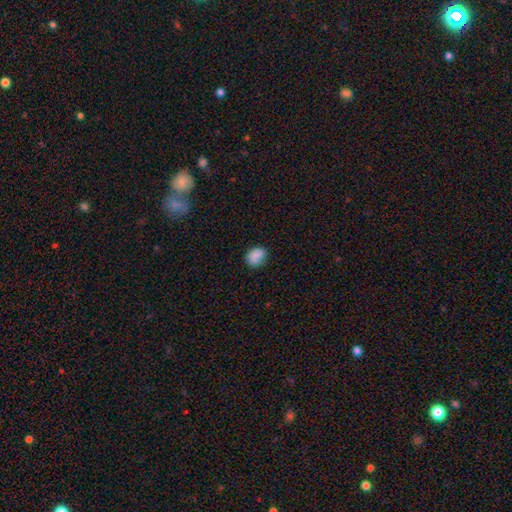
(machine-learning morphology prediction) A smooth galaxy with no disk features (85%) that is in between round and cigar-shaped (54%). Merging: none (72%).